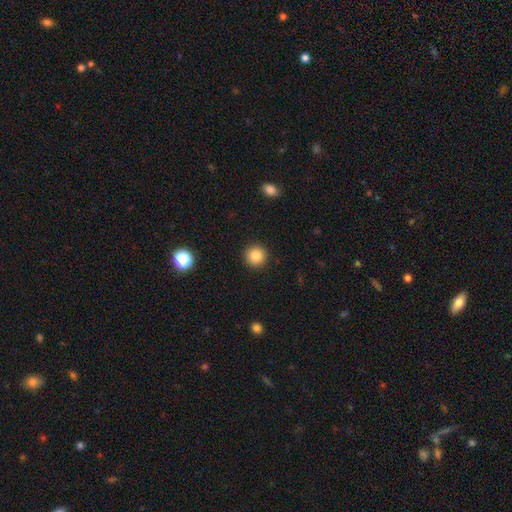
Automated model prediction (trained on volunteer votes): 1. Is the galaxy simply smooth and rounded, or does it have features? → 84% smooth, 10% star or artifact, 5% featured or disk.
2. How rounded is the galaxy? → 95% round, 4% in between, 1% cigar-shaped.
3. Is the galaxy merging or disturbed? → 93% none, 5% minor disturbance, 2% major disturbance, 1% merger.